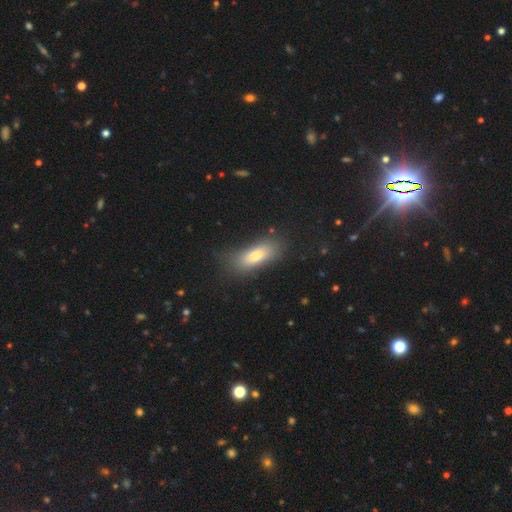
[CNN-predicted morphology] smooth_or_featured: smooth (p=0.73) [alt: featured or disk p=0.16]
how_rounded: in between (p=0.74) [alt: cigar-shaped p=0.22]
merging: none (p=0.74) [alt: minor disturbance p=0.18]